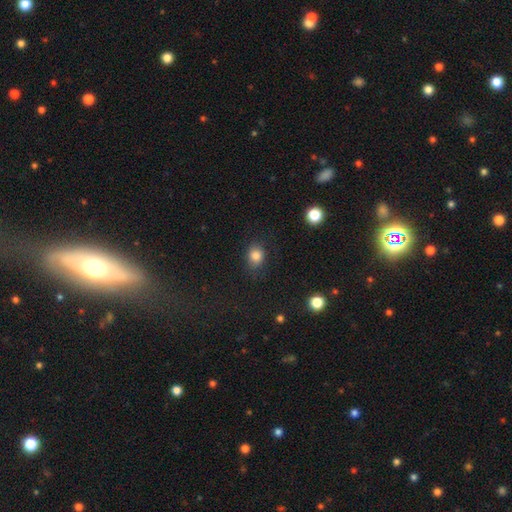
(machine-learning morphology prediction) smooth-or-featured: smooth: 83% | star or artifact: 11% | featured or disk: 6%
  how-rounded: round: 60% | in between: 39% | cigar-shaped: 1%
  merging: none: 76% | minor disturbance: 17% | major disturbance: 5% | merger: 1%